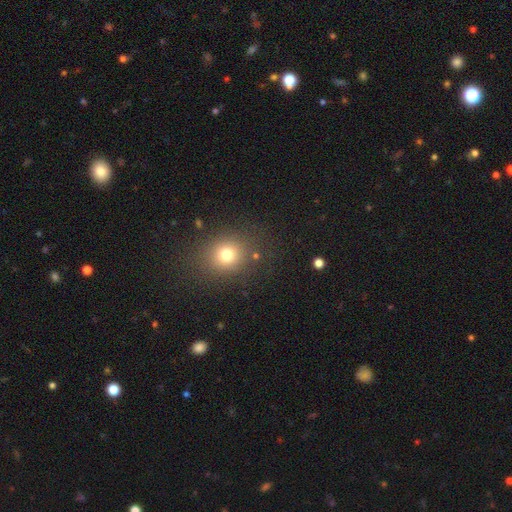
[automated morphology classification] Smooth or featured? smooth (71%)
How rounded? round (69%)
Merging? none (84%)